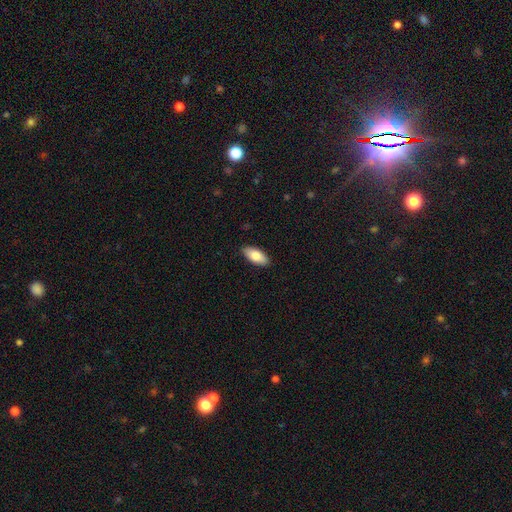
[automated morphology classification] type=smooth (82%); roundness=in between (88%); merging=none (89%).